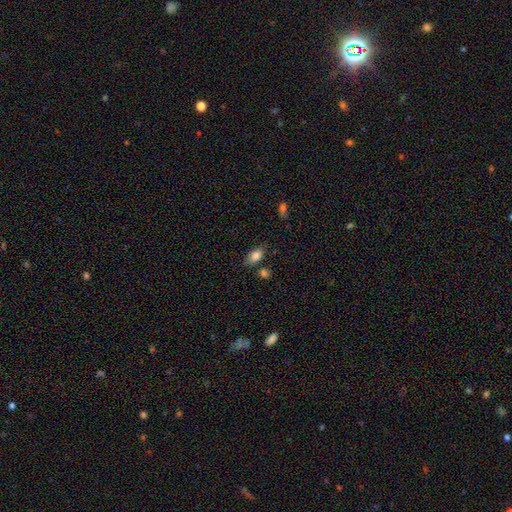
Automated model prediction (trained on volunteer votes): A smooth galaxy with no disk features (83%) that is in between round and cigar-shaped (89%). Merging: none (75%).